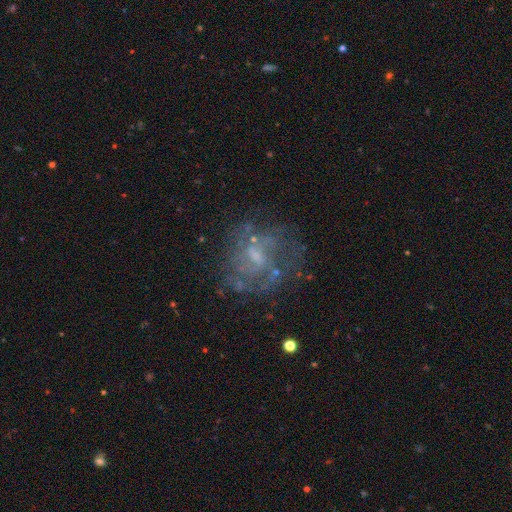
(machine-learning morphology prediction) This appears to be a featured or disk galaxy (66%) with no bar (53%), spiral arms (61%) and a small central bulge (46%). Merging: none (63%).